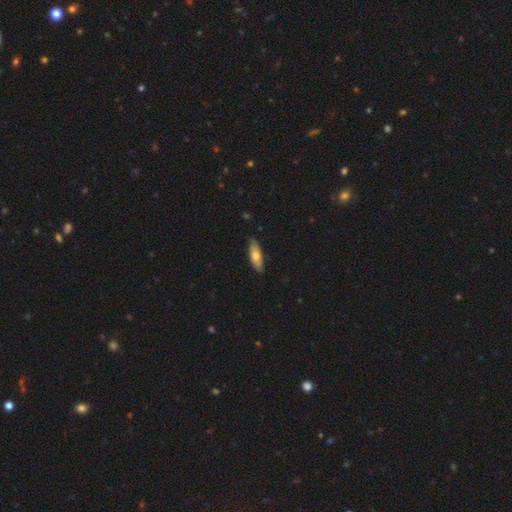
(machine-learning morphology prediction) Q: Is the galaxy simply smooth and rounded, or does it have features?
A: smooth — 64%.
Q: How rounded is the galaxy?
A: in between — 59%.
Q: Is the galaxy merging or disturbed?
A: none — 83%.